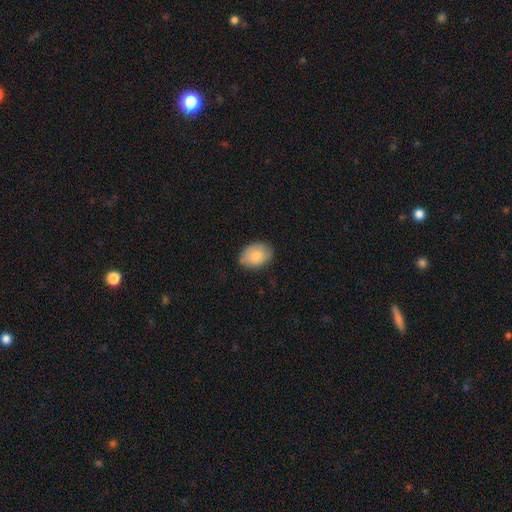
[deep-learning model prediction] A smooth galaxy with no disk features (82%) that is in between round and cigar-shaped (76%). Merging: none (76%).